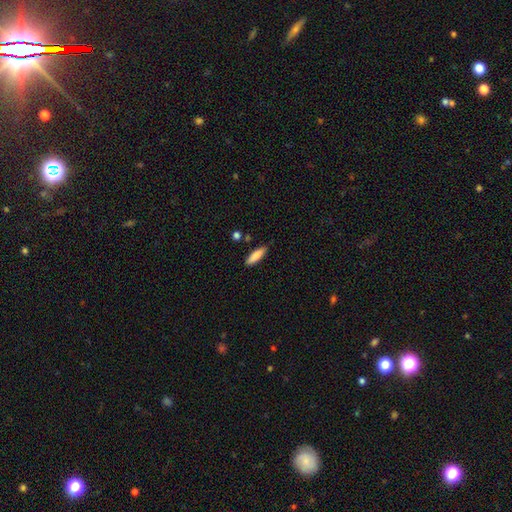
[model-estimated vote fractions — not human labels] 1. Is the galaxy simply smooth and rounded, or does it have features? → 84% smooth, 9% featured or disk, 6% star or artifact.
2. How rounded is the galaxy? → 62% cigar-shaped, 37% in between, 2% round.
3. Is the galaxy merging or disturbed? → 84% none, 11% minor disturbance, 3% merger, 2% major disturbance.